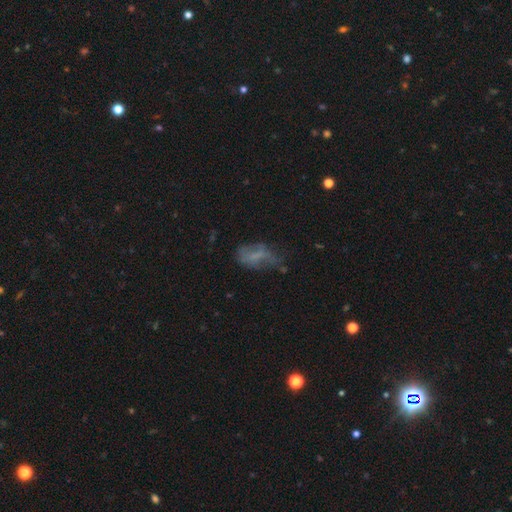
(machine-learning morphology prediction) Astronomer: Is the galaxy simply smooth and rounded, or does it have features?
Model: smooth — 47% (runner-up: featured or disk, 39%).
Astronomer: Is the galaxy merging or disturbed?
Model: none — 37% (runner-up: minor disturbance, 30%).